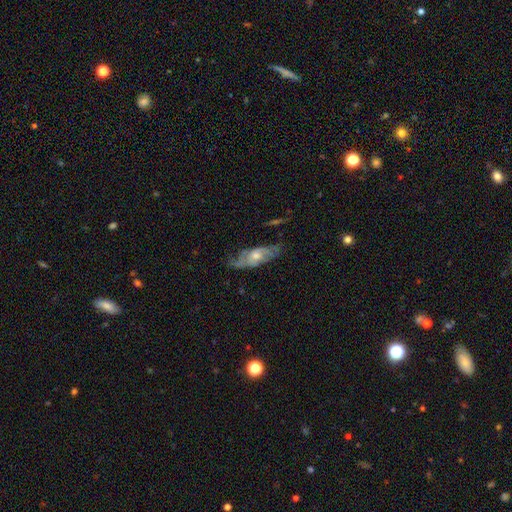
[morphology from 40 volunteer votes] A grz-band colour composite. It shows a featured or disk galaxy (62%) with no bar (80%), tight (44%) spiral arms (60%) and a moderate central bulge (53%). Merging: none (58%).